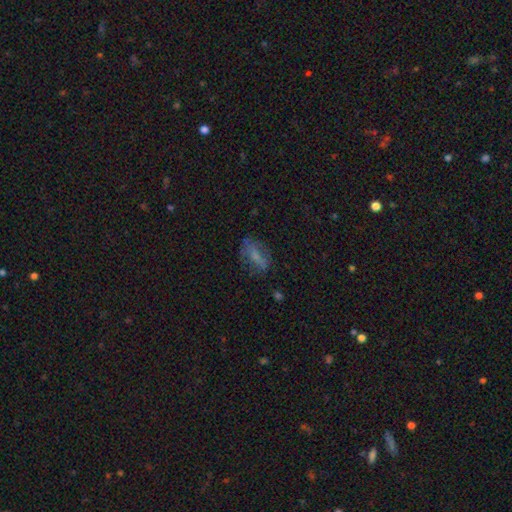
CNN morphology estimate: smooth 50%, featured or disk 38%, star or artifact 13%. Down the decision tree: merging — none (61%).